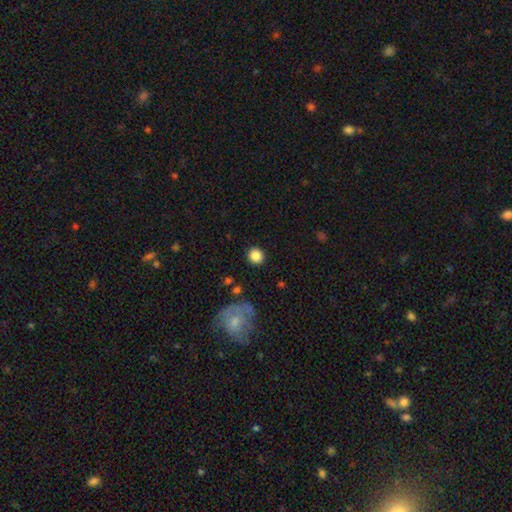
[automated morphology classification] A smooth galaxy with no disk features (85%) that is round (89%). Merging: none (89%).